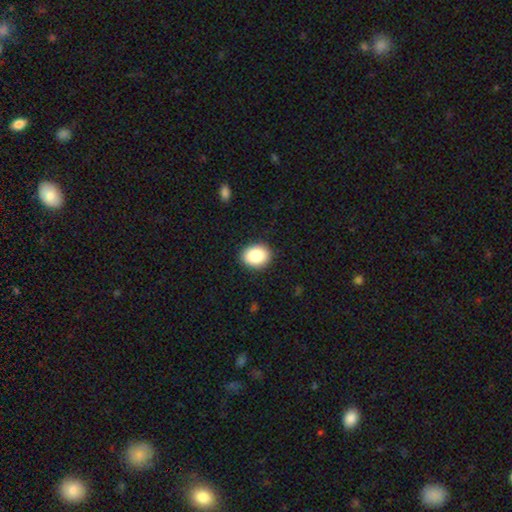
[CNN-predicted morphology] Smooth or featured? Predicted: smooth (p=0.87). How rounded? Predicted: in between (p=0.54). Merging? Predicted: none (p=0.90).